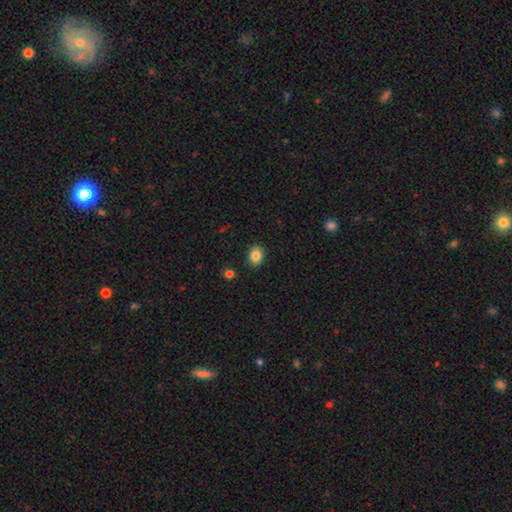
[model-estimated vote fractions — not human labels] Morphology: type=smooth (85%); roundness=in between (64%); merging=none (89%).